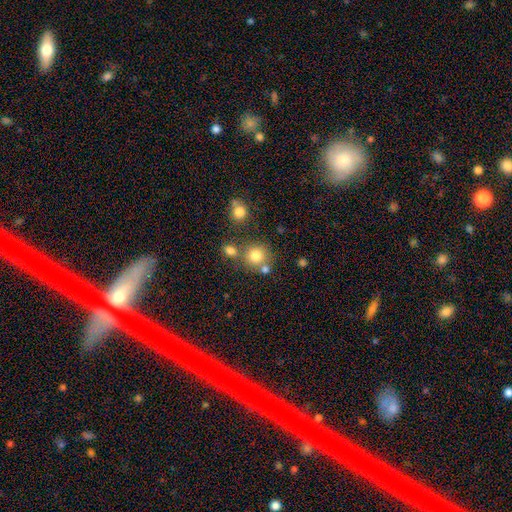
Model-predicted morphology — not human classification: smooth 78%, star or artifact 13%, featured or disk 9%. Down the decision tree: how rounded — round (88%); merging — none (65%).